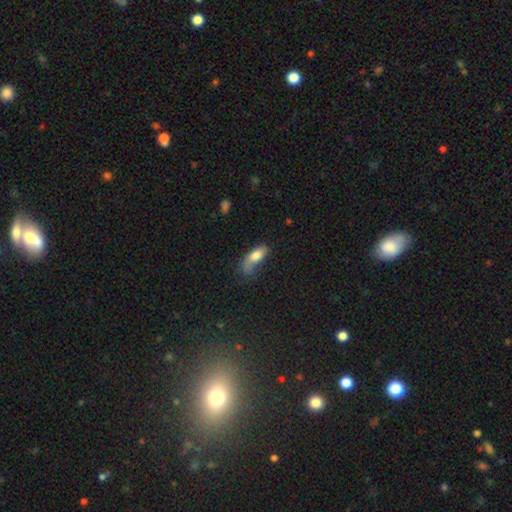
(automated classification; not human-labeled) smooth_or_featured: smooth (p=0.75) [alt: featured or disk p=0.17]
how_rounded: in between (p=0.75) [alt: cigar-shaped p=0.21]
merging: none (p=0.34) [alt: minor disturbance p=0.32]